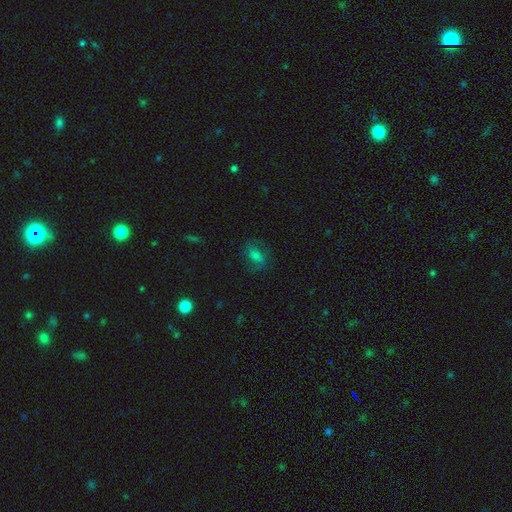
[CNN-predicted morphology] The model was most divided on "smooth or featured": featured or disk: 41%, smooth: 40%, star or artifact: 18%. More confident: merging — none (72%).